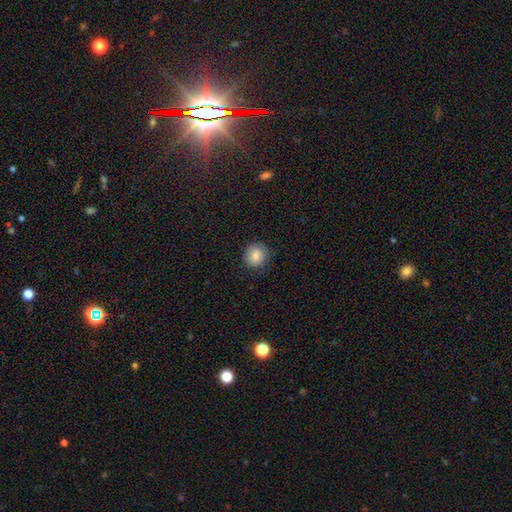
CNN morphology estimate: A smooth galaxy with no disk features (83%) that is round (86%).

Vote fractions:
- Smooth or featured? smooth: 83% / star or artifact: 9% / featured or disk: 8%
- How rounded? round: 86% / in between: 13% / cigar-shaped: 1%
- Merging? none: 83% / minor disturbance: 13% / major disturbance: 3% / merger: 1%